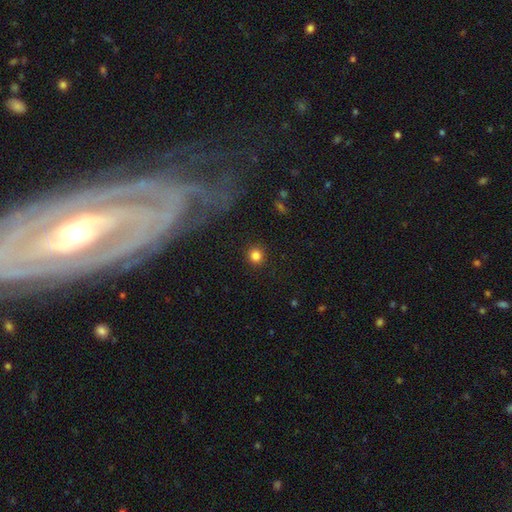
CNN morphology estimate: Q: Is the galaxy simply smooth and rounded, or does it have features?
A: smooth — 84%.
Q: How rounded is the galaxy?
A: round — 93%.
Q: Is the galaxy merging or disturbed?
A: none — 91%.